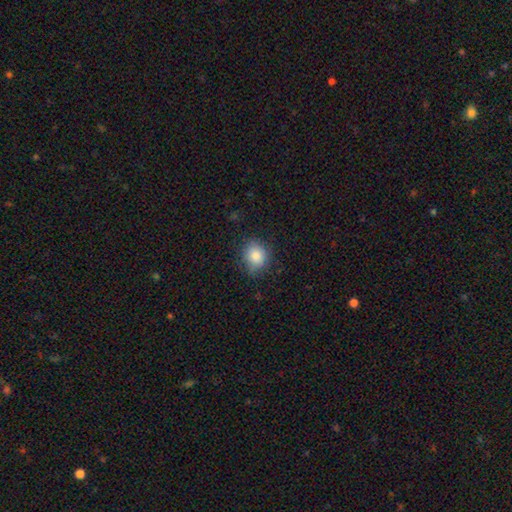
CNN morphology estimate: Smooth or featured: smooth — 84% (star or artifact — 10%)
How rounded: round — 71% (in between — 28%)
Merging: none — 79% (minor disturbance — 16%)